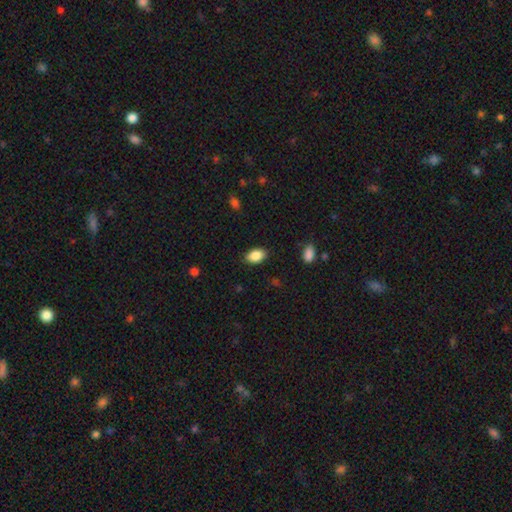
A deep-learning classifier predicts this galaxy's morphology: smooth 88%, star or artifact 7%, featured or disk 5%. Down the decision tree: how rounded — in between (90%); merging — none (86%).